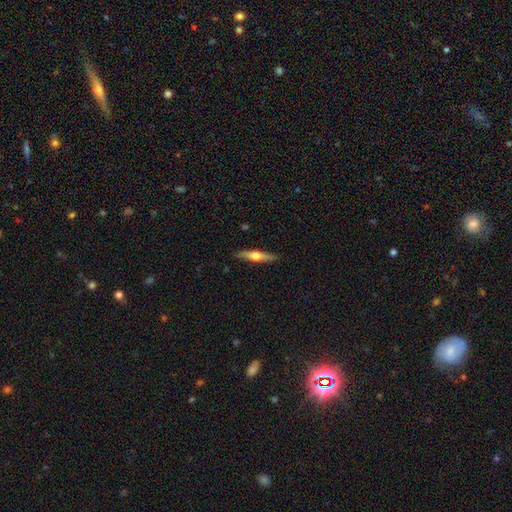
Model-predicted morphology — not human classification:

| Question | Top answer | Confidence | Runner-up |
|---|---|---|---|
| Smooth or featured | featured or disk | 56% | smooth (38%) |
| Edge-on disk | yes | 95% | no (5%) |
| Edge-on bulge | rounded | 92% | boxy (4%) |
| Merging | none | 89% | minor disturbance (8%) |